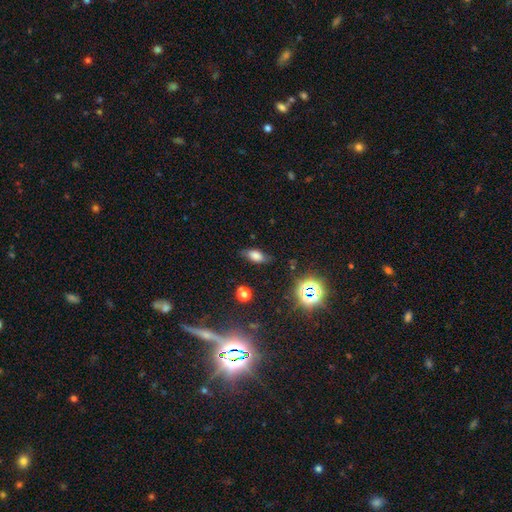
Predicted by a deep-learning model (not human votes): The model was most divided on "smooth or featured": smooth: 67%, featured or disk: 17%, star or artifact: 16%. More confident: how rounded — in between (80%); merging — none (73%).